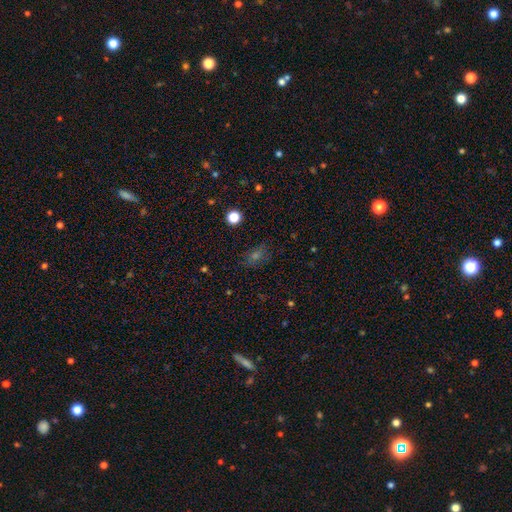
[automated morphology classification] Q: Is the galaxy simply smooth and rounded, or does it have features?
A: smooth — 50%.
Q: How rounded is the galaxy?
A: in between — 60%.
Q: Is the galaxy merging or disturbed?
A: none — 76%.